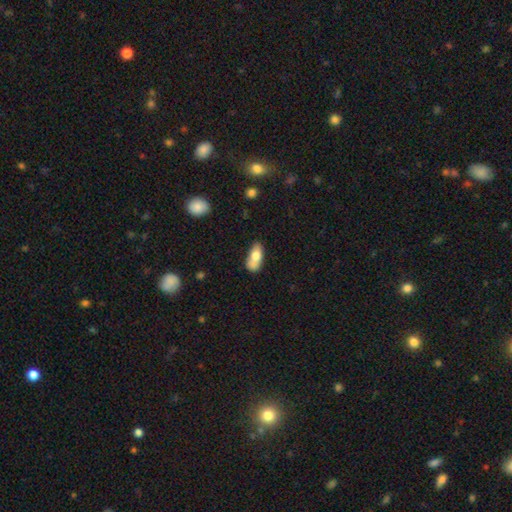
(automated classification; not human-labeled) This appears to be a smooth galaxy with no disk features (72%) that is in between round and cigar-shaped (86%). Merging: none (40%).